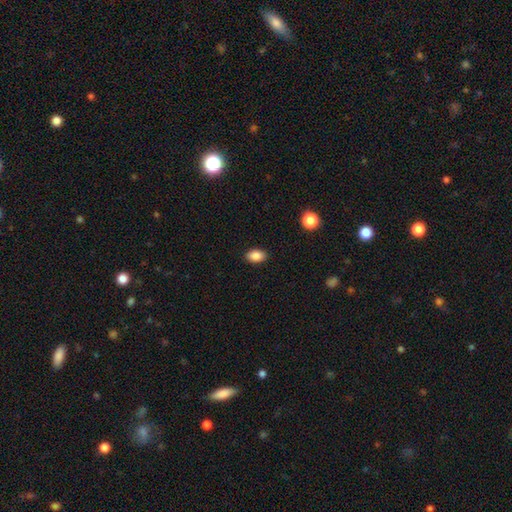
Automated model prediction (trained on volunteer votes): A smooth galaxy with no disk features (88%) that is in between round and cigar-shaped (88%).

Vote fractions:
- Smooth or featured? smooth: 88% / star or artifact: 8% / featured or disk: 4%
- How rounded? in between: 88% / round: 10% / cigar-shaped: 1%
- Merging? none: 89% / minor disturbance: 8% / major disturbance: 2% / merger: 1%